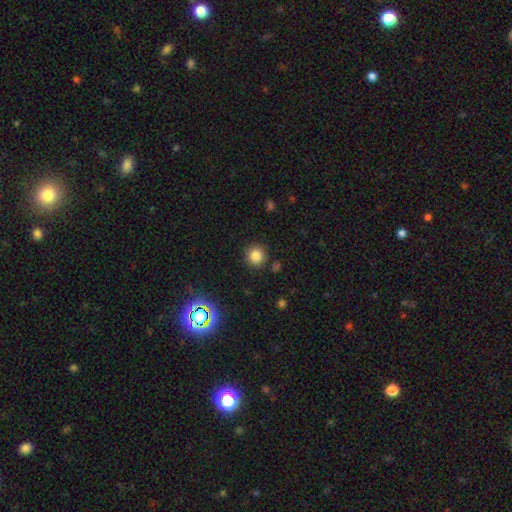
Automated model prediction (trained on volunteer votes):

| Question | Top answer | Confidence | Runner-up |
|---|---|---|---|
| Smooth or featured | smooth | 82% | star or artifact (13%) |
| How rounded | round | 93% | in between (6%) |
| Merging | none | 88% | minor disturbance (7%) |